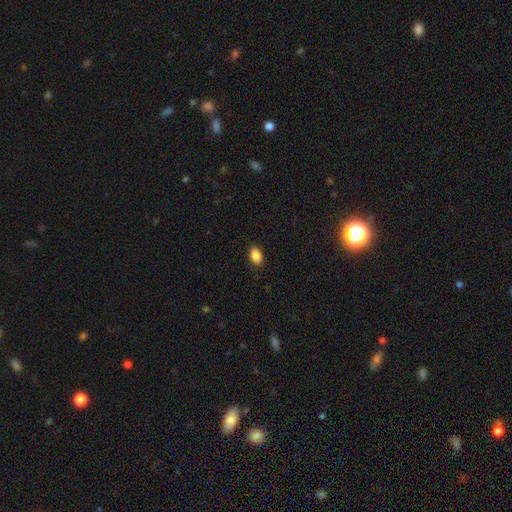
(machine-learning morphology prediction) This is clearly a smooth galaxy (87%). How rounded: clearly in between (89%). Merging: clearly none (88%).